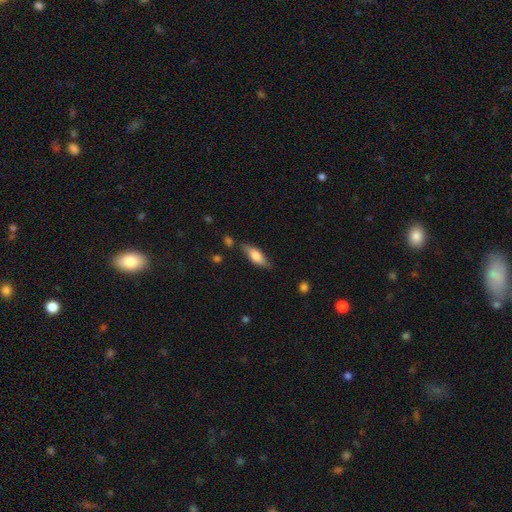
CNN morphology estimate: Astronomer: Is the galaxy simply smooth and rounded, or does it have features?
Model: smooth — 67%.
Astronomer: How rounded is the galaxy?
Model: in between — 62%.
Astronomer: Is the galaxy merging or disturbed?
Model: none — 73%.